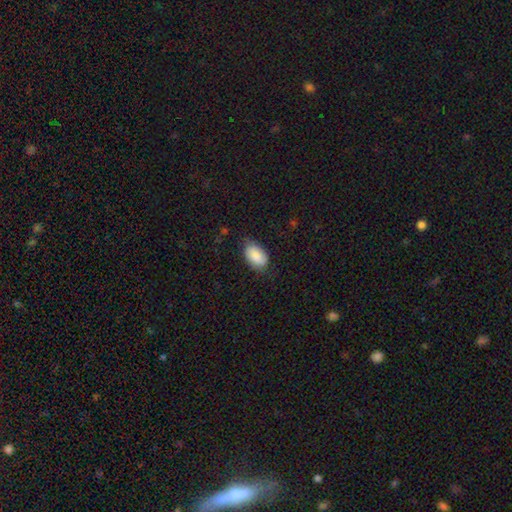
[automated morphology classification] Overall: smooth (85%). How rounded: in between (93%). Merging: none (71%).